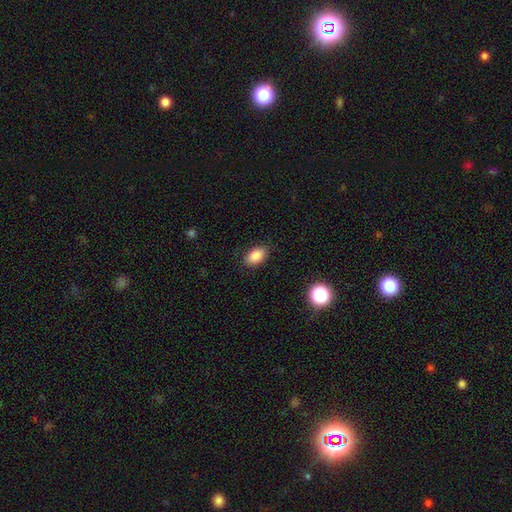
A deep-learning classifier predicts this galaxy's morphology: smooth-or-featured: smooth: 86% | star or artifact: 9% | featured or disk: 5%
  how-rounded: in between: 91% | round: 7% | cigar-shaped: 2%
  merging: none: 86% | minor disturbance: 11% | major disturbance: 3% | merger: 1%